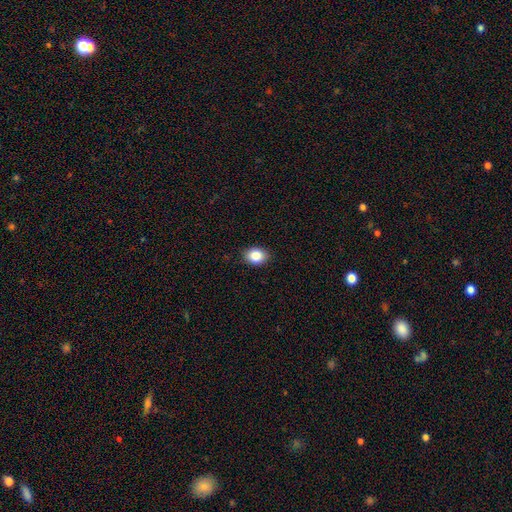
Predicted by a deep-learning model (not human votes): Smooth or featured?
  - smooth: 86% *
  - star or artifact: 9%
  - featured or disk: 5%
How rounded?
  - in between: 63% *
  - round: 36%
  - cigar-shaped: 1%
Merging?
  - none: 88% *
  - minor disturbance: 9%
  - major disturbance: 2%
  - merger: 1%